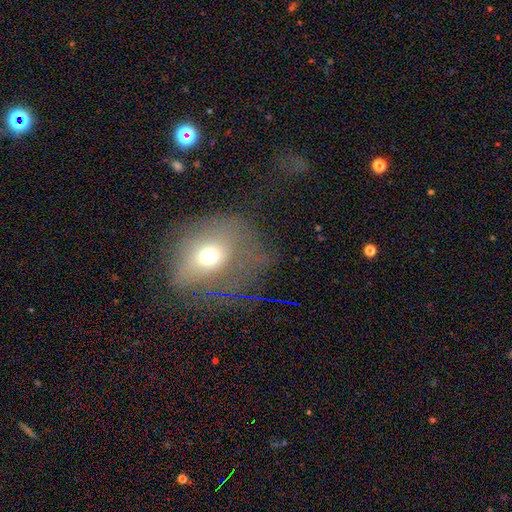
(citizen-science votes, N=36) A smooth galaxy with no disk features (47%, tied with featured or disk) that is round (47%, tied with in between). Merging: none (41%).